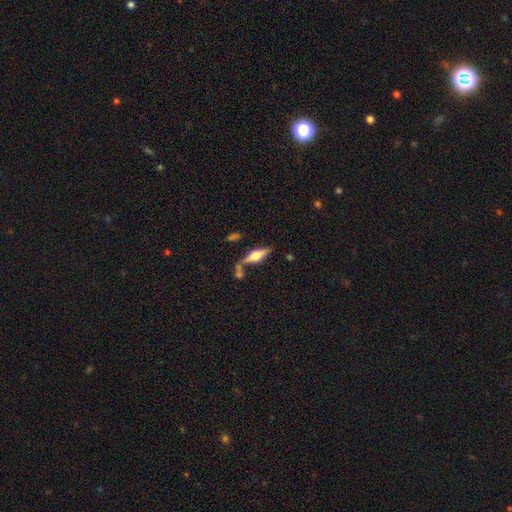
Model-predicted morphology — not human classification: Smooth or featured: featured or disk — 58% (smooth — 35%)
Edge-on disk: yes — 93% (no — 7%)
Edge-on bulge: rounded — 91% (boxy — 7%)
Merging: none — 63% (merger — 16%)